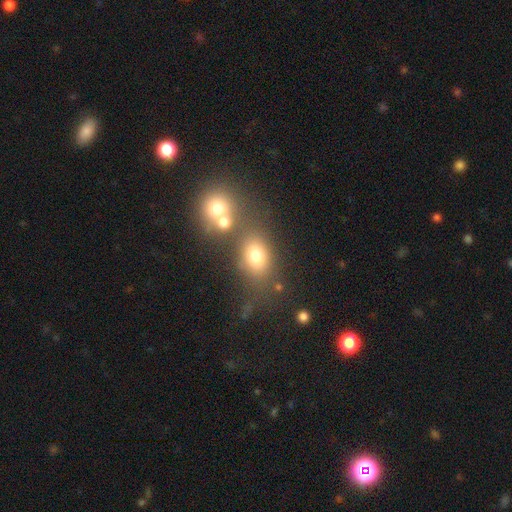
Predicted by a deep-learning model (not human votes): A smooth galaxy with no disk features (73%) that is in between round and cigar-shaped (64%). Merging: none (57%).